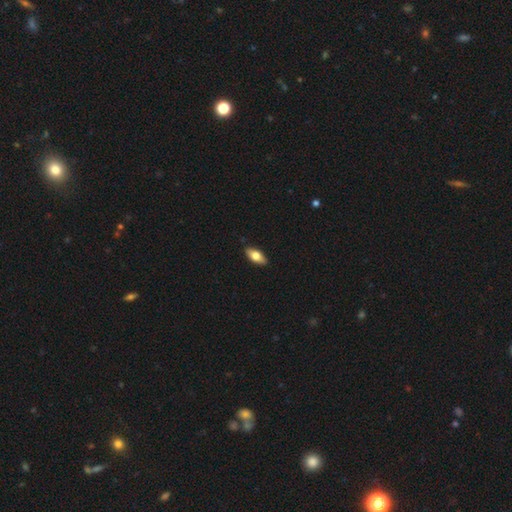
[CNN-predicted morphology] Smooth or featured?
  - smooth: 70% *
  - featured or disk: 24%
  - star or artifact: 6%
How rounded?
  - in between: 84% *
  - cigar-shaped: 13%
  - round: 3%
Merging?
  - none: 89% *
  - minor disturbance: 9%
  - major disturbance: 2%
  - merger: 1%